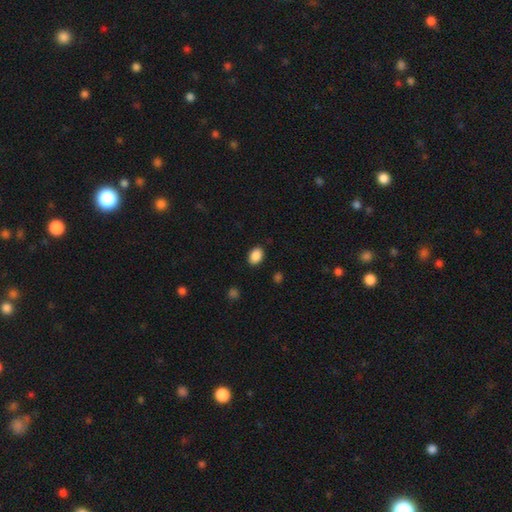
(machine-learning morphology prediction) Smooth or featured? Predicted: smooth (p=0.89). How rounded? Predicted: in between (p=0.75). Merging? Predicted: none (p=0.88).